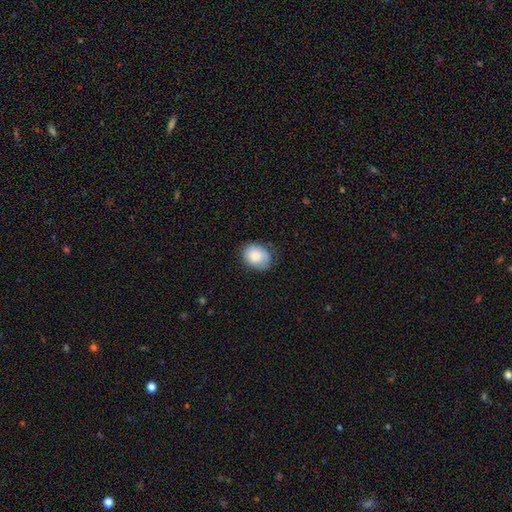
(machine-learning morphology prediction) Q: Smooth or featured?
A: smooth (83%); runner-up: featured or disk (10%)
Q: How rounded?
A: in between (53%); runner-up: round (46%)
Q: Merging?
A: none (71%); runner-up: minor disturbance (22%)